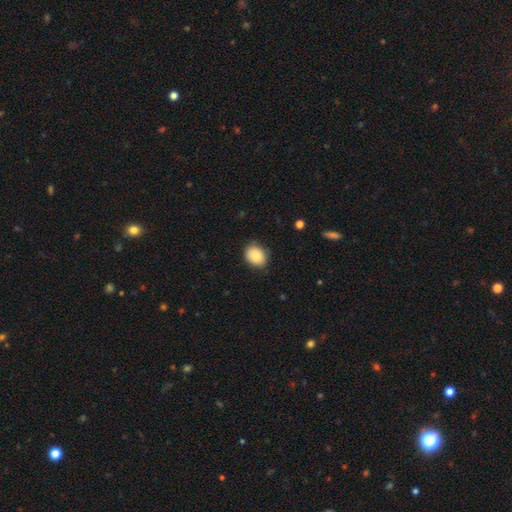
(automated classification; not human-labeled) Smooth or featured? smooth (86%)
How rounded? in between (53%)
Merging? none (79%)